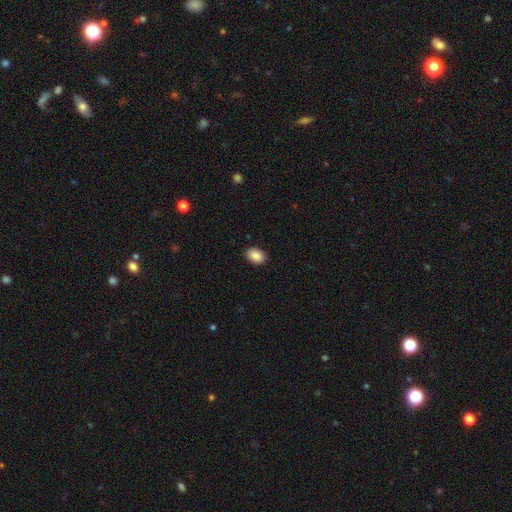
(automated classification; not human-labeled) A smooth galaxy with no disk features (88%) that is in between round and cigar-shaped (83%).

Vote fractions:
- Smooth or featured? smooth: 88% / star or artifact: 8% / featured or disk: 4%
- How rounded? in between: 83% / round: 16% / cigar-shaped: 1%
- Merging? none: 89% / minor disturbance: 8% / major disturbance: 2% / merger: 1%